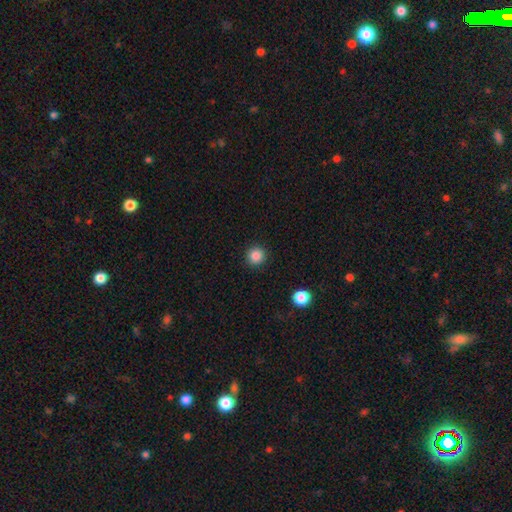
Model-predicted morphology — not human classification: Overall: smooth (86%). How rounded: round (94%). Merging: none (92%).